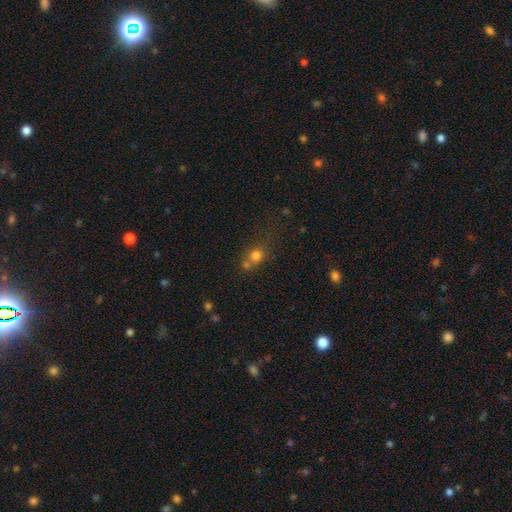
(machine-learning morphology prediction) Smooth or featured?
  - smooth: 73% *
  - star or artifact: 16%
  - featured or disk: 11%
How rounded?
  - round: 81% *
  - in between: 18%
  - cigar-shaped: 2%
Merging?
  - none: 46% *
  - merger: 36%
  - minor disturbance: 11%
  - major disturbance: 6%